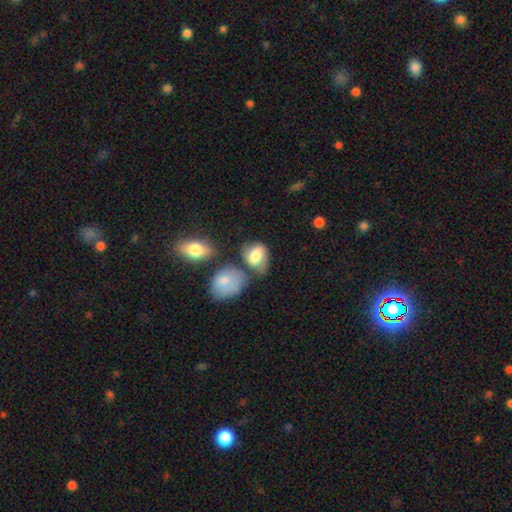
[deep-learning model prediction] smooth 67%, featured or disk 26%, star or artifact 8%. Down the decision tree: how rounded — in between (73%); merging — none (41%).